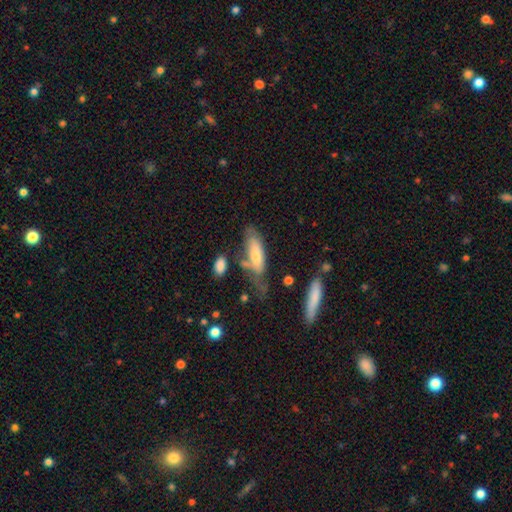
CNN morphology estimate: Q: Smooth or featured?
A: smooth (60%); runner-up: featured or disk (33%)
Q: How rounded?
A: in between (54%); runner-up: cigar-shaped (44%)
Q: Merging?
A: none (41%); runner-up: minor disturbance (28%)